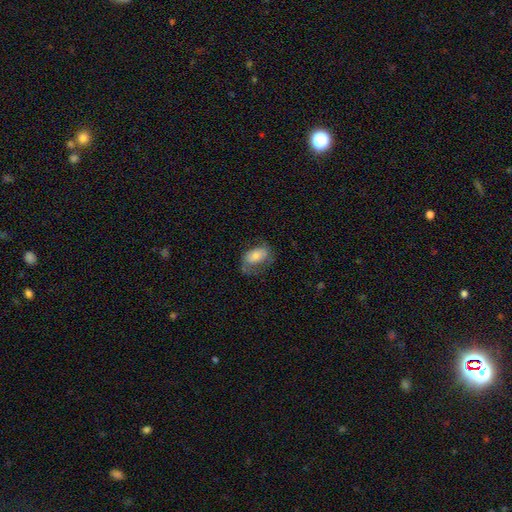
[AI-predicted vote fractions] This is possibly a smooth galaxy (59%). How rounded: clearly in between (89%). Merging: possibly none (51%).